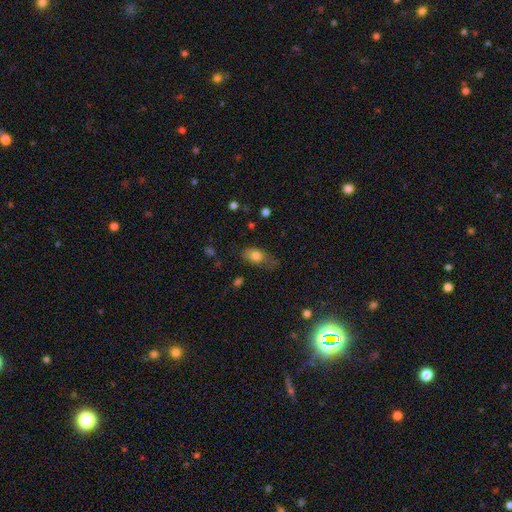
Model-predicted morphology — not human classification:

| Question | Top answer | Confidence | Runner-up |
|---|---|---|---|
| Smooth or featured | smooth | 79% | featured or disk (12%) |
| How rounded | in between | 83% | round (12%) |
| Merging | none | 52% | minor disturbance (32%) |